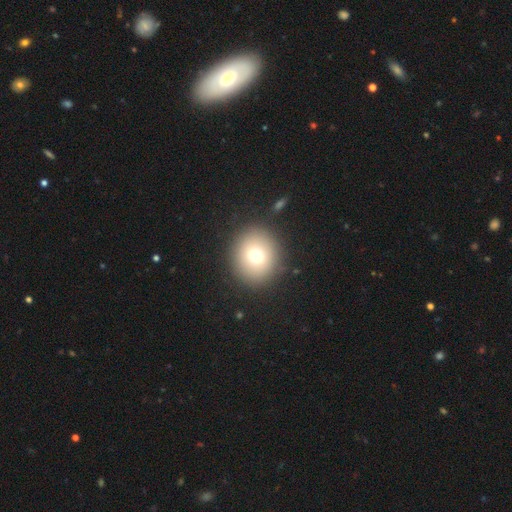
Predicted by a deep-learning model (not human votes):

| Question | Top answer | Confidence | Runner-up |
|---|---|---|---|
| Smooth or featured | smooth | 72% | featured or disk (14%) |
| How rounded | round | 85% | in between (14%) |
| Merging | none | 88% | minor disturbance (6%) |